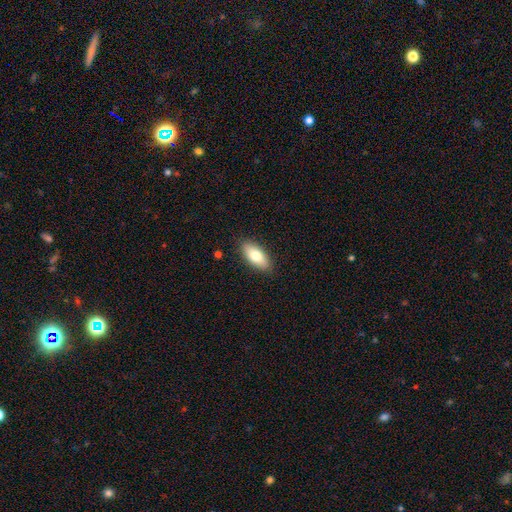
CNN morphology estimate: Smooth or featured: smooth — 77% (featured or disk — 17%)
How rounded: in between — 83% (cigar-shaped — 14%)
Merging: none — 88% (minor disturbance — 9%)